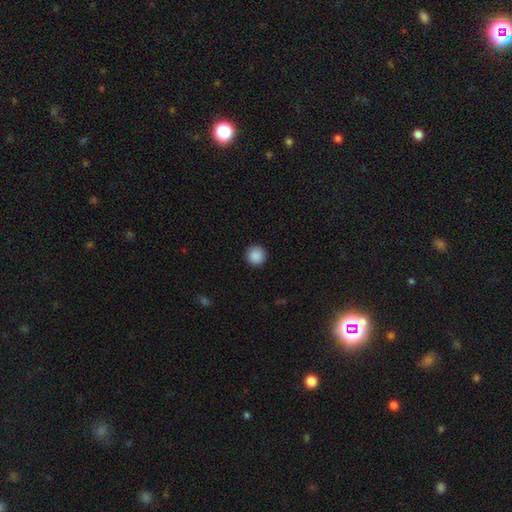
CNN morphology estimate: This appears to be a smooth galaxy with no disk features (89%) that is round (96%). Merging: none (92%).